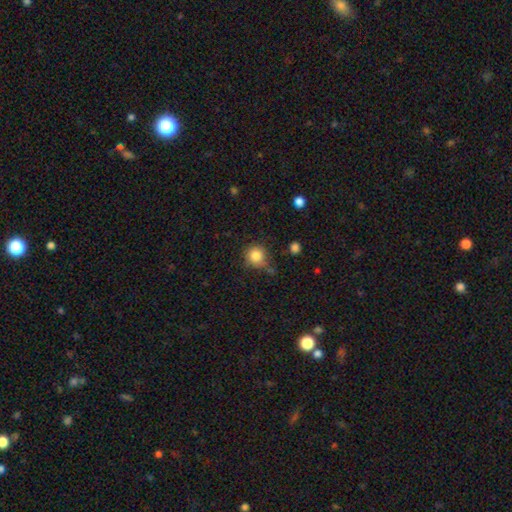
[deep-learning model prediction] Smooth or featured? smooth (83%)
How rounded? round (91%)
Merging? none (69%)